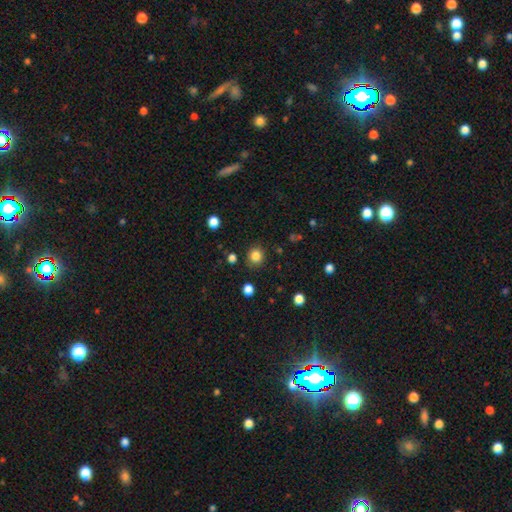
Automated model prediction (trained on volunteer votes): The model was most divided on "smooth or featured": smooth: 84%, star or artifact: 12%, featured or disk: 4%. More confident: how rounded — round (87%); merging — none (83%).